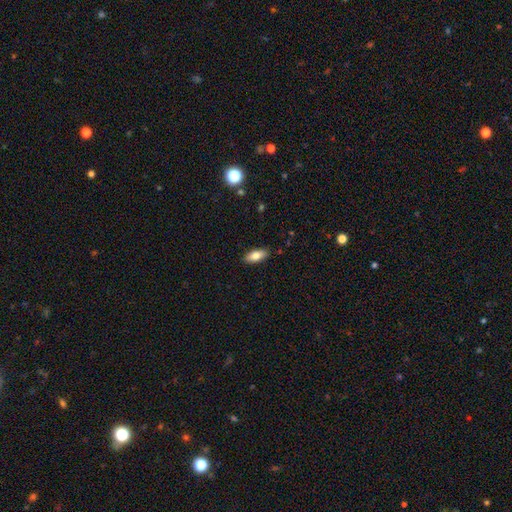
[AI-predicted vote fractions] Smooth or featured? Predicted: smooth (p=0.80). How rounded? Predicted: in between (p=0.84). Merging? Predicted: none (p=0.88).